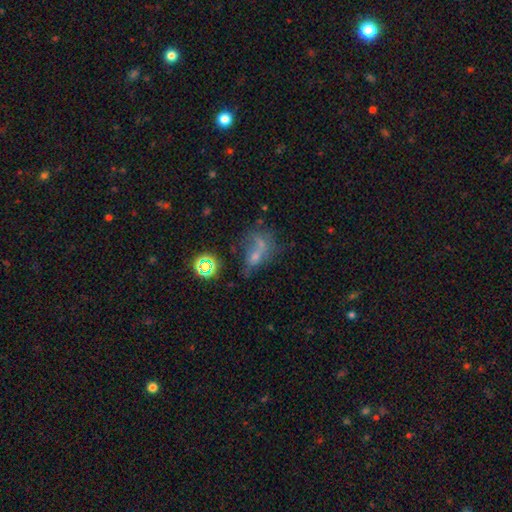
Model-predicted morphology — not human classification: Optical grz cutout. It shows a smooth galaxy with no disk features (38%). Merging: none (30%).